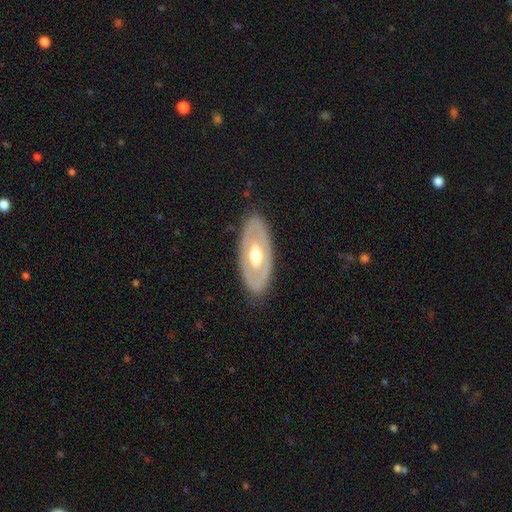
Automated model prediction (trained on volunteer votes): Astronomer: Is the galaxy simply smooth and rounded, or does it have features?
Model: featured or disk — 62%.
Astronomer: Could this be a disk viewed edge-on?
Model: no — 83%.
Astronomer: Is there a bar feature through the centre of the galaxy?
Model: no — 78%.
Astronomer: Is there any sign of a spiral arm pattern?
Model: no — 86%.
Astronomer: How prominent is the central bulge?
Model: moderate — 71%.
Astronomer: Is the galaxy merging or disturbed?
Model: none — 84%.